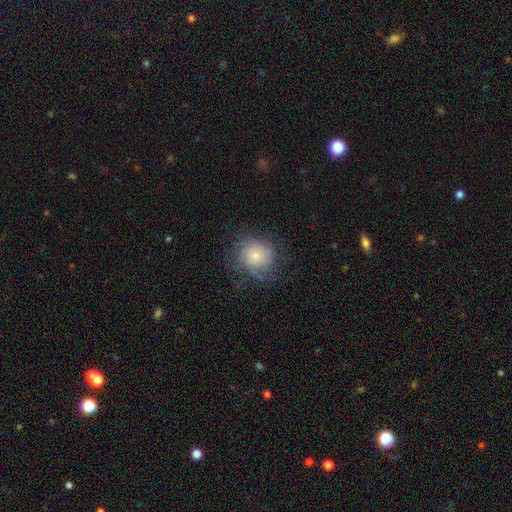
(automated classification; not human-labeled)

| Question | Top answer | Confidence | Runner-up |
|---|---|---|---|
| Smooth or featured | smooth | 59% | featured or disk (32%) |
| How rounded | round | 75% | in between (24%) |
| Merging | none | 58% | minor disturbance (24%) |